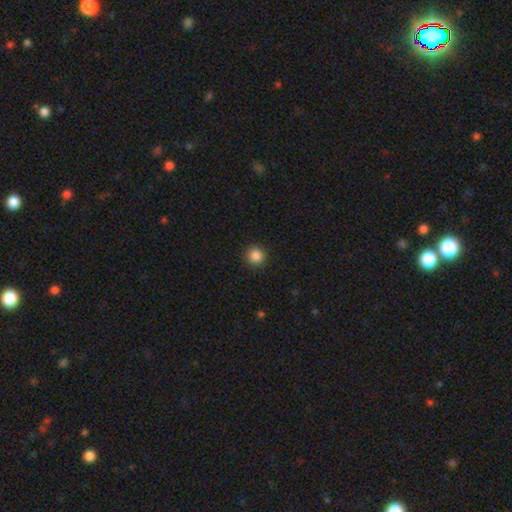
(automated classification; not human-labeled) This is clearly a smooth galaxy (87%). How rounded: clearly round (94%). Merging: clearly none (92%).